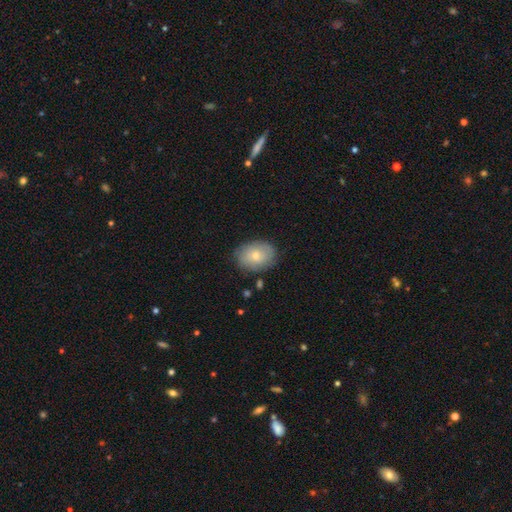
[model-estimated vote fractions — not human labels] smooth_or_featured: smooth (p=0.71) [alt: featured or disk p=0.22]
how_rounded: in between (p=0.71) [alt: round p=0.28]
merging: none (p=0.80) [alt: minor disturbance p=0.15]